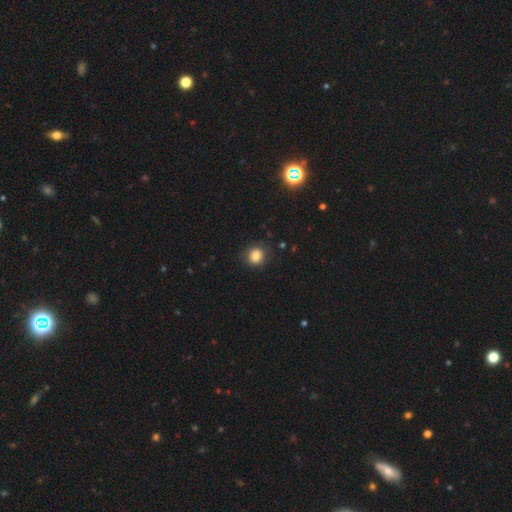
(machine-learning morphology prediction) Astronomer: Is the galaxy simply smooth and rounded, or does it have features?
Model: smooth — 82%.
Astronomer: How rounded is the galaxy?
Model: round — 75%.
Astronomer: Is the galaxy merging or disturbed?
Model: none — 83%.